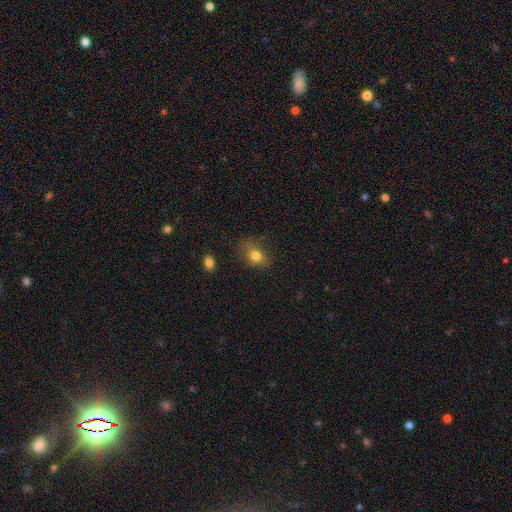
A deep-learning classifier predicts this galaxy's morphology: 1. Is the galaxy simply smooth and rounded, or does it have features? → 78% smooth, 12% featured or disk, 11% star or artifact.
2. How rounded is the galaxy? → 71% in between, 27% round, 2% cigar-shaped.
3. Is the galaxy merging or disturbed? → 62% none, 25% minor disturbance, 10% major disturbance, 2% merger.